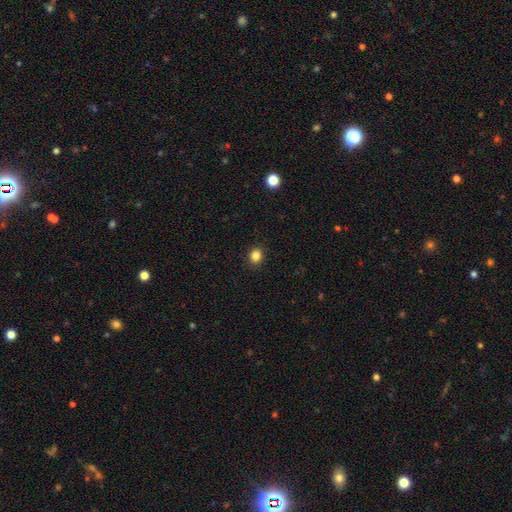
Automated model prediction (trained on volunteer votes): This is clearly a smooth galaxy (85%). How rounded: likely round (76%). Merging: clearly none (91%).